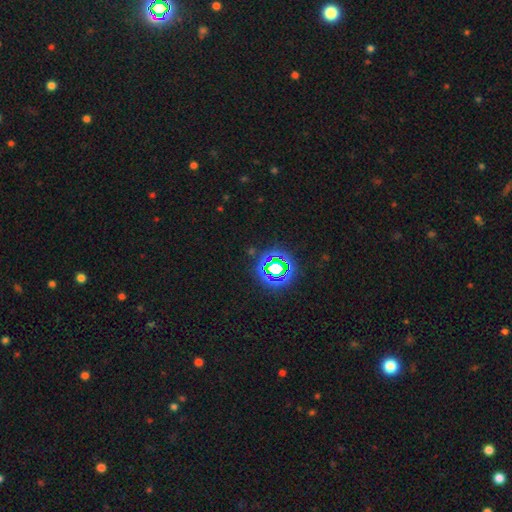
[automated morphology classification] smooth_or_featured: star or artifact (p=0.81) [alt: smooth p=0.12]